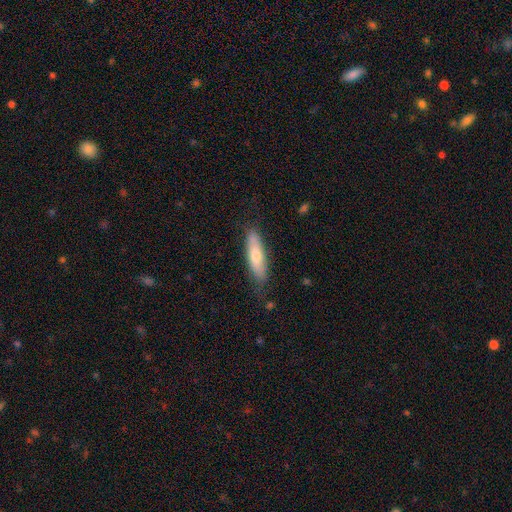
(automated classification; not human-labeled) smooth 60%, featured or disk 34%, star or artifact 7%. Down the decision tree: how rounded — cigar-shaped (70%); merging — none (80%).